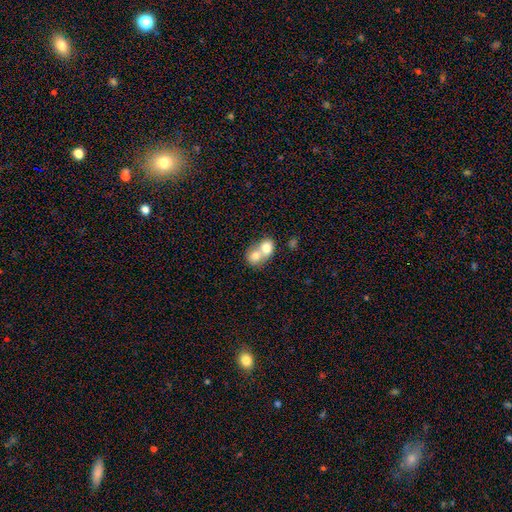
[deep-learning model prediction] smooth-or-featured: smooth: 73% | featured or disk: 20% | star or artifact: 8%
  how-rounded: round: 60% | in between: 39% | cigar-shaped: 1%
  merging: merger: 78% | none: 16% | minor disturbance: 4% | major disturbance: 2%